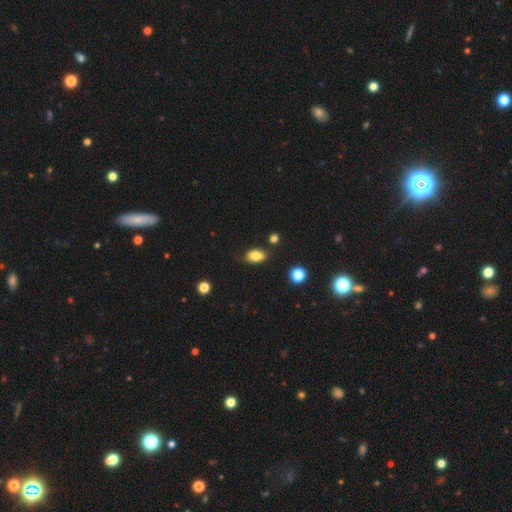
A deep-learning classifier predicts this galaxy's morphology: Smooth or featured: smooth — 81% (featured or disk — 9%)
How rounded: in between — 88% (round — 9%)
Merging: none — 75% (minor disturbance — 19%)